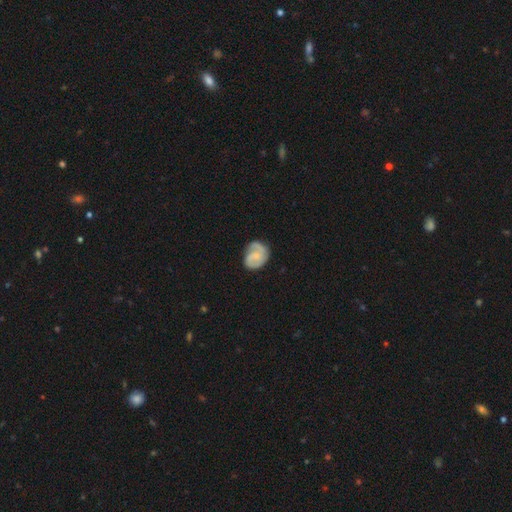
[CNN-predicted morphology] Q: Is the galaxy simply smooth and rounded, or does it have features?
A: featured or disk — 60%.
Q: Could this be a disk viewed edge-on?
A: no — 98%.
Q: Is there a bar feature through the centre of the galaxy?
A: no — 57%.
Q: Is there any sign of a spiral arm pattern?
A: yes — 88%.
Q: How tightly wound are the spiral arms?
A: medium — 40%, tied with tight.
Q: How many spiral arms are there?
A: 2 — 56%.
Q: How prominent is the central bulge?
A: small — 50%.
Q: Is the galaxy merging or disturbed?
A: none — 61%.